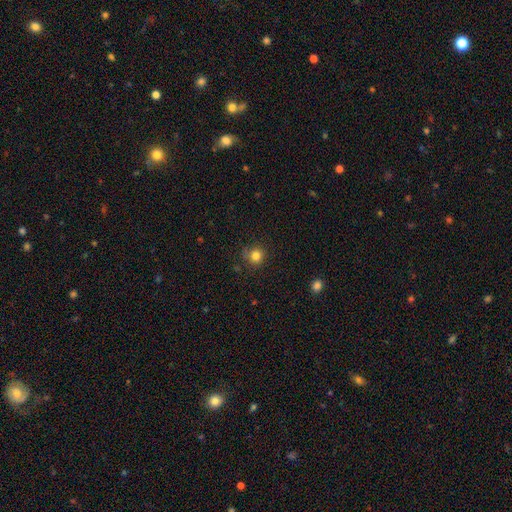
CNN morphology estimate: A smooth galaxy with no disk features (82%) that is round (91%). Merging: none (78%).